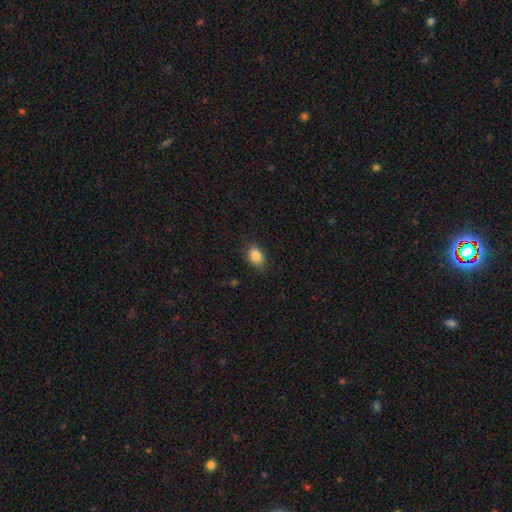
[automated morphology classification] This appears to be a smooth galaxy with no disk features (86%) that is in between round and cigar-shaped (73%). Merging: none (81%).